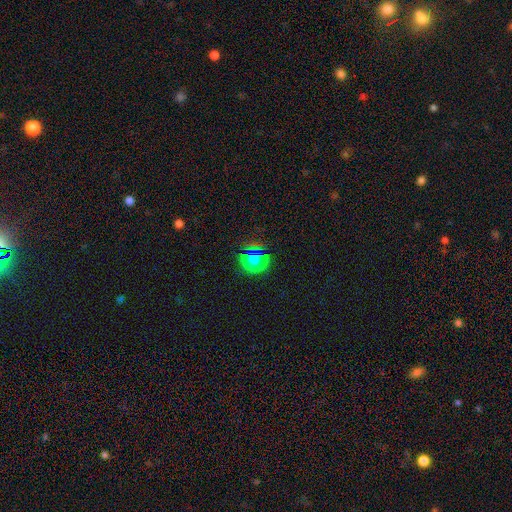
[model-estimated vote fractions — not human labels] Smooth or featured?
  - smooth: 55% *
  - star or artifact: 38%
  - featured or disk: 7%
How rounded?
  - round: 76% *
  - in between: 21%
  - cigar-shaped: 2%
Merging?
  - none: 79% *
  - minor disturbance: 12%
  - major disturbance: 5%
  - merger: 3%